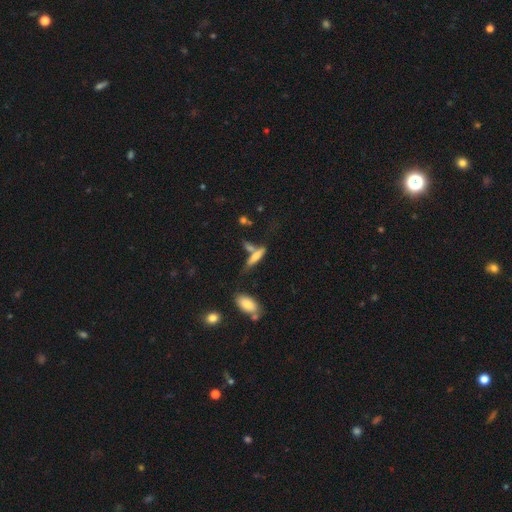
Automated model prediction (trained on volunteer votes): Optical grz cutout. It shows a smooth galaxy with no disk features (63%) that is cigar-shaped (71%). Merging: none (48%).